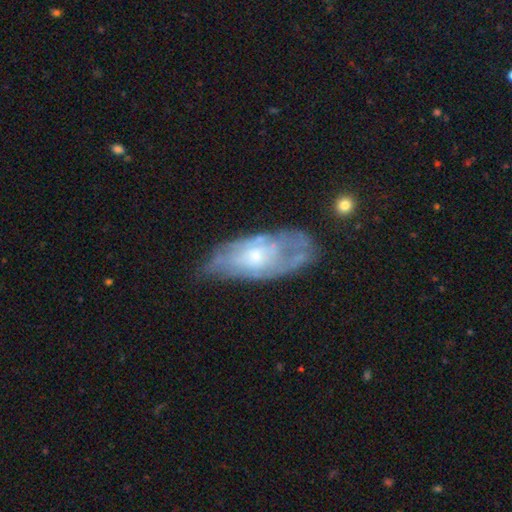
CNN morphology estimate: Q: Smooth or featured?
A: featured or disk (65%); runner-up: smooth (29%)
Q: Edge-on disk?
A: no (87%); runner-up: yes (13%)
Q: Bar?
A: no (78%); runner-up: weak (19%)
Q: Spiral arms?
A: yes (57%); runner-up: no (43%)
Q: Bulge size?
A: small (47%); runner-up: moderate (45%)
Q: Merging?
A: none (51%); runner-up: minor disturbance (31%)